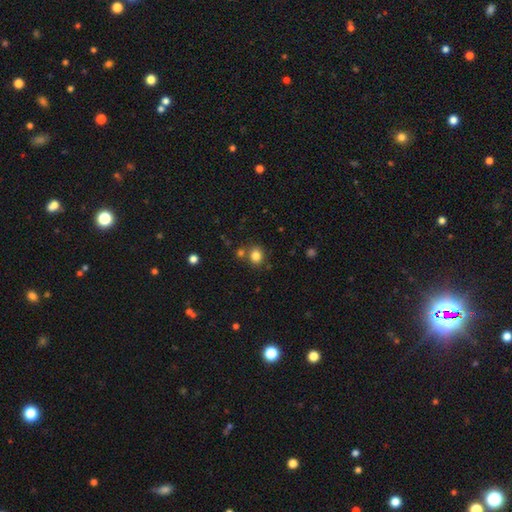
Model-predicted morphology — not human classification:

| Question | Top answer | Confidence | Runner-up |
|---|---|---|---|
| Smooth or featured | smooth | 82% | star or artifact (12%) |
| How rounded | round | 77% | in between (22%) |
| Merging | none | 73% | merger (15%) |